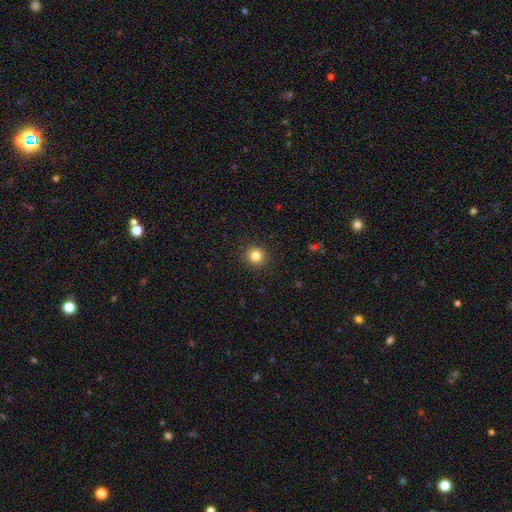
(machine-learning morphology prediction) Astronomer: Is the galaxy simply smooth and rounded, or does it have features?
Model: smooth — 82%.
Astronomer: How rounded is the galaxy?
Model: round — 94%.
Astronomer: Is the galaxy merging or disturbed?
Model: none — 93%.